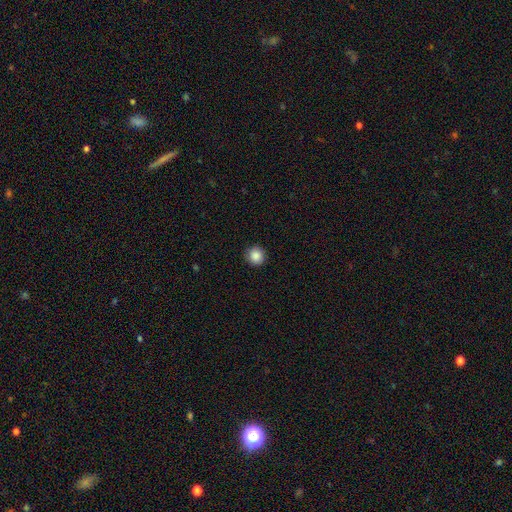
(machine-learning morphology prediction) smooth-or-featured: smooth: 87% | star or artifact: 9% | featured or disk: 3%
  how-rounded: round: 94% | in between: 5% | cigar-shaped: 1%
  merging: none: 90% | minor disturbance: 7% | major disturbance: 2% | merger: 1%